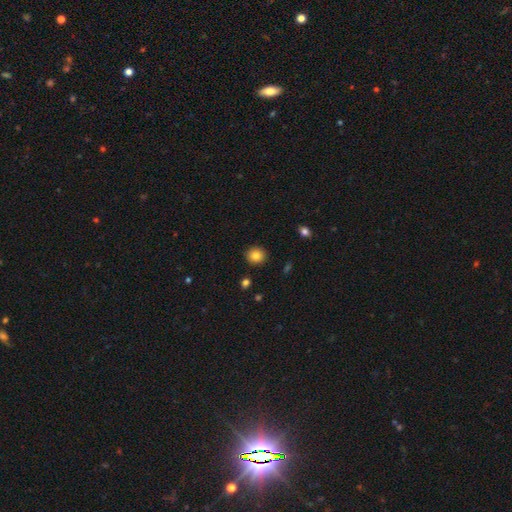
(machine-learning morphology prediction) Smooth or featured? Predicted: smooth (p=0.84). How rounded? Predicted: round (p=0.84). Merging? Predicted: none (p=0.90).